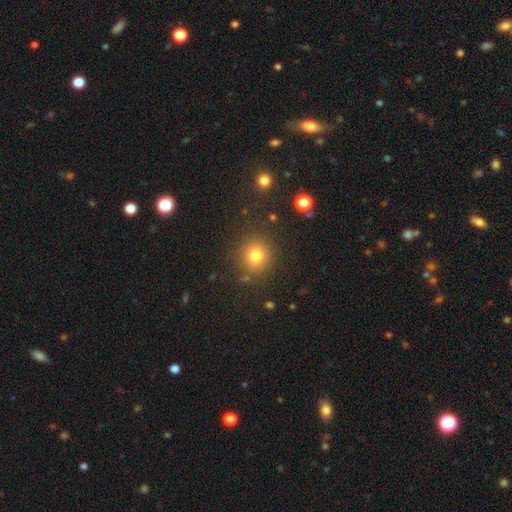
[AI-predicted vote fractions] Q: Smooth or featured?
A: smooth (79%); runner-up: star or artifact (15%)
Q: How rounded?
A: round (89%); runner-up: in between (10%)
Q: Merging?
A: none (86%); runner-up: minor disturbance (8%)